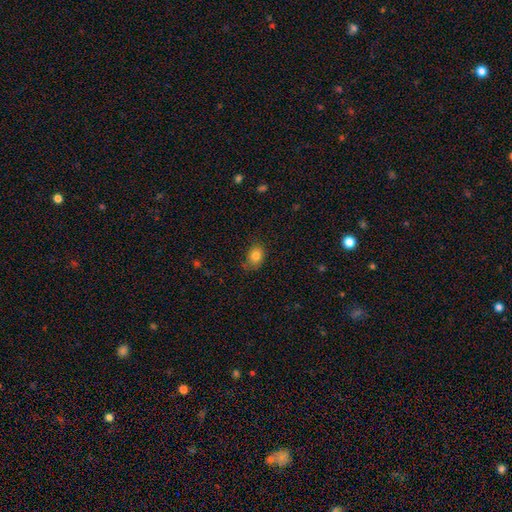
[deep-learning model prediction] Morphology: type=smooth (82%); roundness=in between (61%); merging=none (69%).